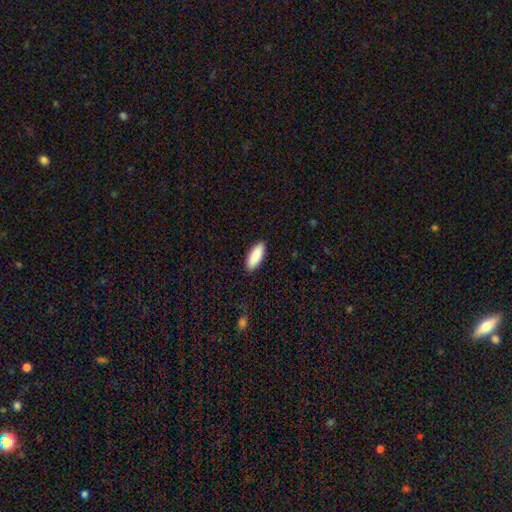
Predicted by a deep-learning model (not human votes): smooth 90%, star or artifact 5%, featured or disk 4%. Down the decision tree: how rounded — in between (76%); merging — none (90%).